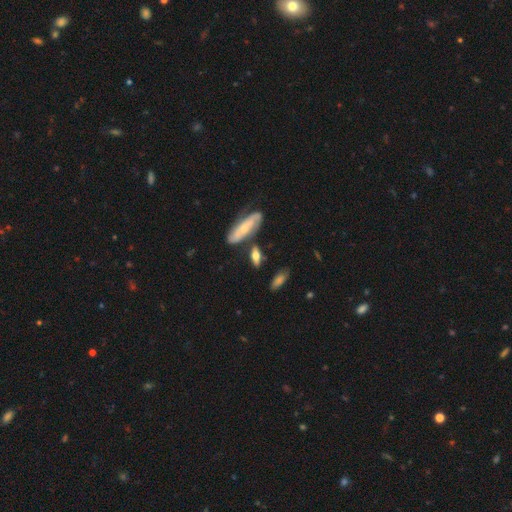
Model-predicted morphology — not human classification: Smooth or featured? Predicted: smooth (p=0.53). How rounded? Predicted: in between (p=0.59). Merging? Predicted: none (p=0.66).